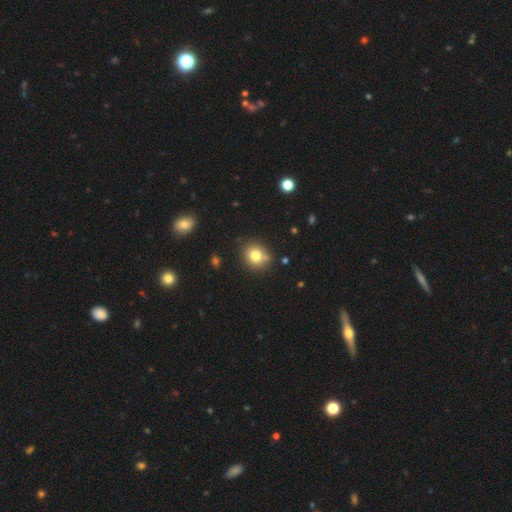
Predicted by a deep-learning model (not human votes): This appears to be a smooth galaxy with no disk features (79%) that is round (76%). Merging: none (77%).